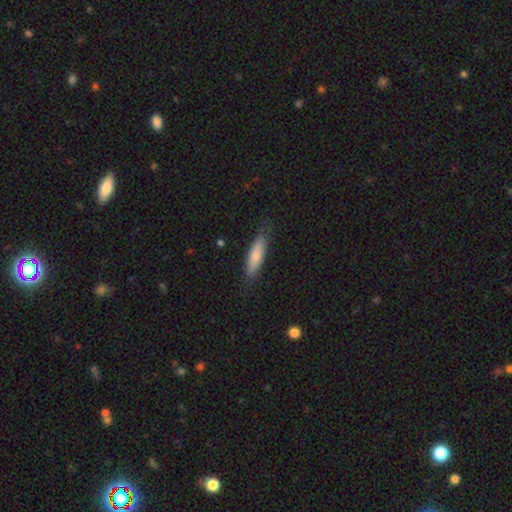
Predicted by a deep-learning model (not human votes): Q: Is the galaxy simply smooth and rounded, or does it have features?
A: smooth — 77%.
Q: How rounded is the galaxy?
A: cigar-shaped — 61%.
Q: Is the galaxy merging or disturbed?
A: none — 79%.